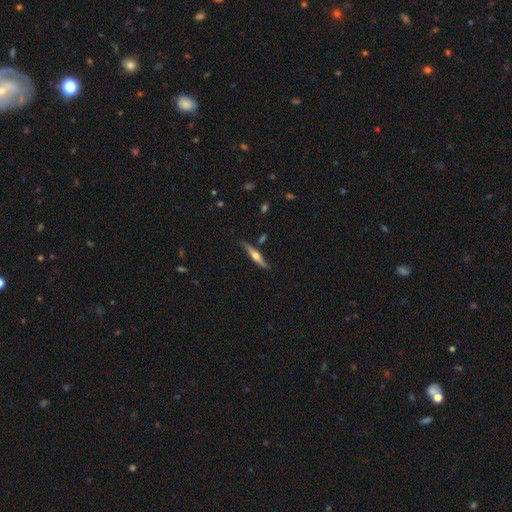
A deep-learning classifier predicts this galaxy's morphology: featured or disk 66%, smooth 28%, star or artifact 6%. Down the decision tree: edge-on disk — yes (96%); edge-on bulge — rounded (90%); merging — none (80%).